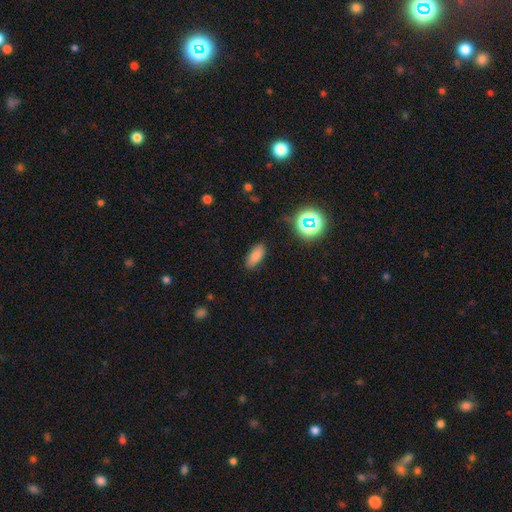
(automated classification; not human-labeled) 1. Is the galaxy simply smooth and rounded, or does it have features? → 79% smooth, 13% star or artifact, 8% featured or disk.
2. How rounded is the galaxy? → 83% in between, 14% cigar-shaped, 4% round.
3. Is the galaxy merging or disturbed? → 86% none, 10% minor disturbance, 3% major disturbance, 1% merger.